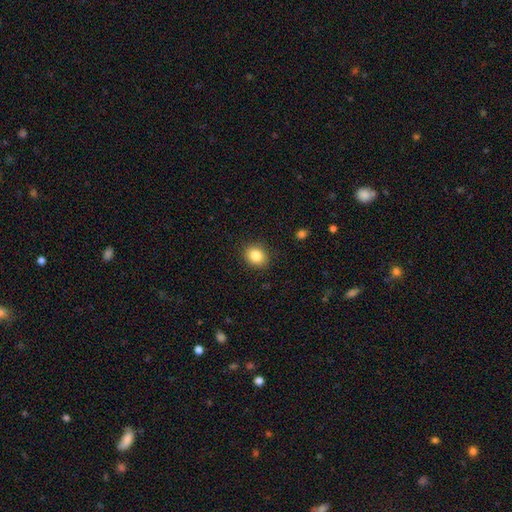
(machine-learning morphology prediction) Q: Smooth or featured?
A: smooth (84%); runner-up: star or artifact (10%)
Q: How rounded?
A: round (61%); runner-up: in between (38%)
Q: Merging?
A: none (89%); runner-up: minor disturbance (8%)